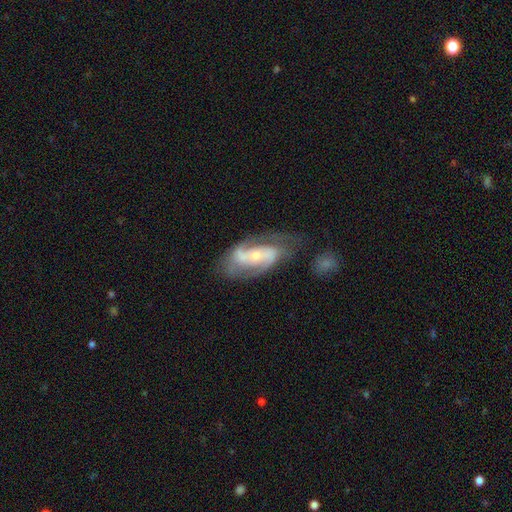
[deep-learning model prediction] Smooth or featured? featured or disk (81%)
Edge-on disk? no (94%)
Bar? no (42%)
Spiral arms? yes (92%)
Spiral winding? medium (47%)
Spiral arm count? 2 (77%)
Bulge size? small (60%)
Merging? none (59%)